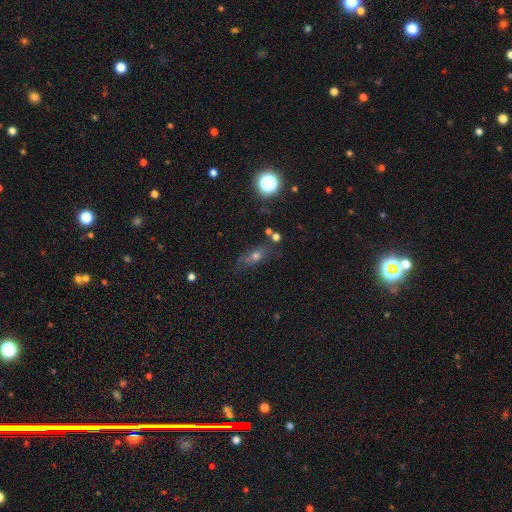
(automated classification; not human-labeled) Smooth or featured? smooth (52%)
How rounded? in between (55%)
Merging? none (66%)